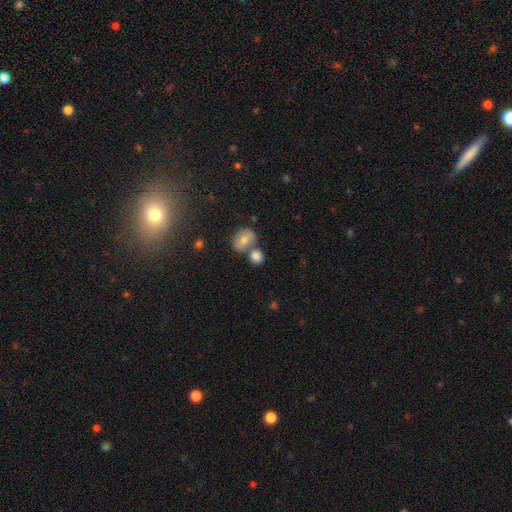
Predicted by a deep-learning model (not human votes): smooth 81%, featured or disk 10%, star or artifact 9%. Down the decision tree: how rounded — round (70%); merging — none (48%).